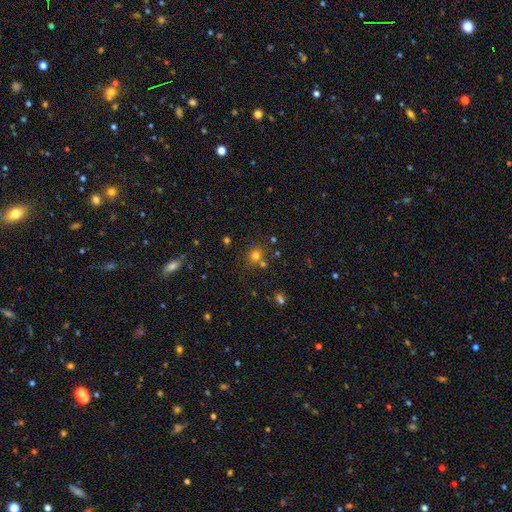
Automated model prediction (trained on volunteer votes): Q: Smooth or featured?
A: smooth (70%); runner-up: star or artifact (22%)
Q: How rounded?
A: round (85%); runner-up: in between (14%)
Q: Merging?
A: none (69%); runner-up: merger (17%)